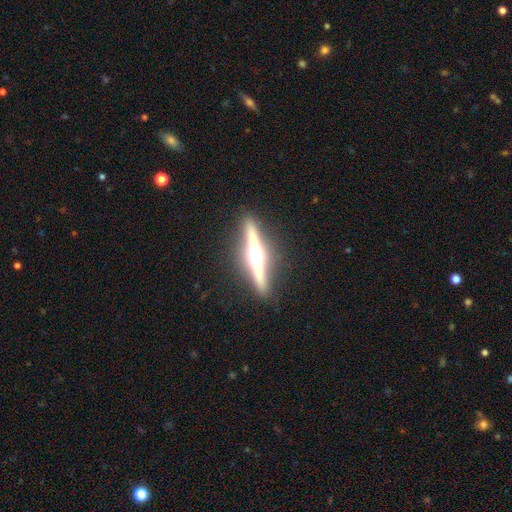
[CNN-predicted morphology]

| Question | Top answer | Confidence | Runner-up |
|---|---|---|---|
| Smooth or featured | featured or disk | 82% | smooth (12%) |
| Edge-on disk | yes | 98% | no (2%) |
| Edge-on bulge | rounded | 90% | boxy (7%) |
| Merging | none | 90% | minor disturbance (7%) |